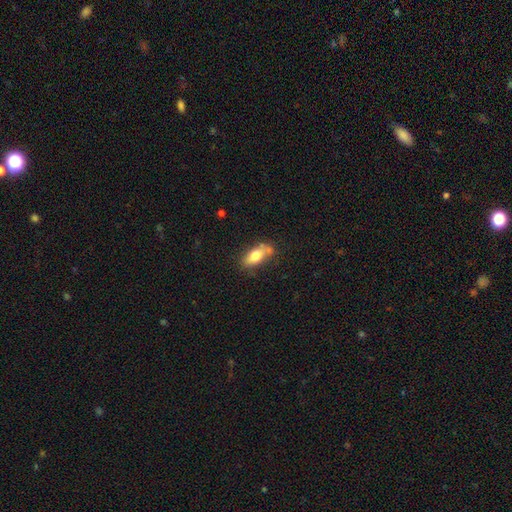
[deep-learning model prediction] This appears to be a smooth galaxy with no disk features (73%) that is in between round and cigar-shaped (83%). Merging: none (57%).